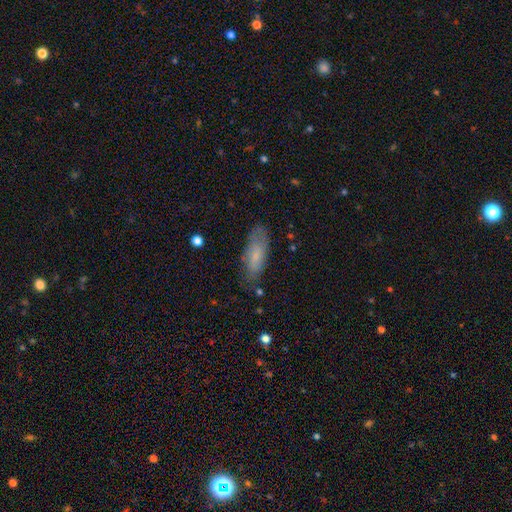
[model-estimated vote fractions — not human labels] smooth 67%, featured or disk 25%, star or artifact 7%. Down the decision tree: how rounded — in between (69%); merging — none (73%).